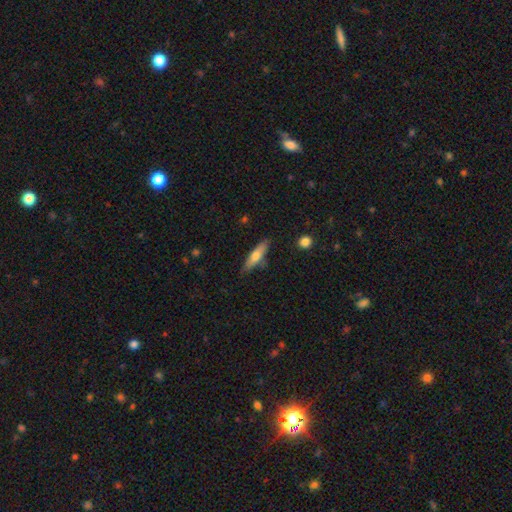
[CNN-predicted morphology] This is possibly a smooth galaxy (58%). How rounded: likely cigar-shaped (72%). Merging: likely none (80%).